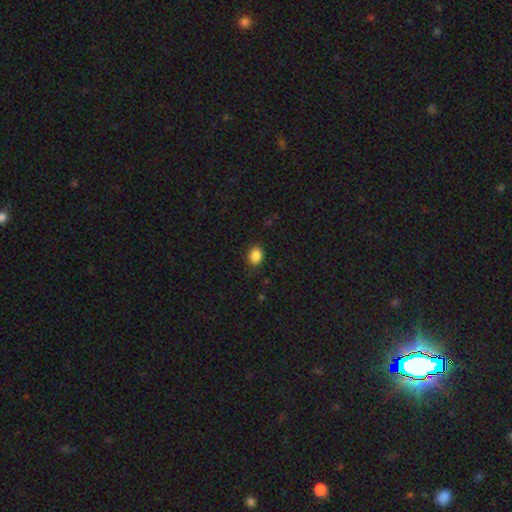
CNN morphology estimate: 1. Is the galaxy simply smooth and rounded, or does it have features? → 87% smooth, 9% star or artifact, 3% featured or disk.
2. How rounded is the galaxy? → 51% in between, 48% round, 1% cigar-shaped.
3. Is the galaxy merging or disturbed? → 86% none, 10% minor disturbance, 2% major disturbance, 1% merger.